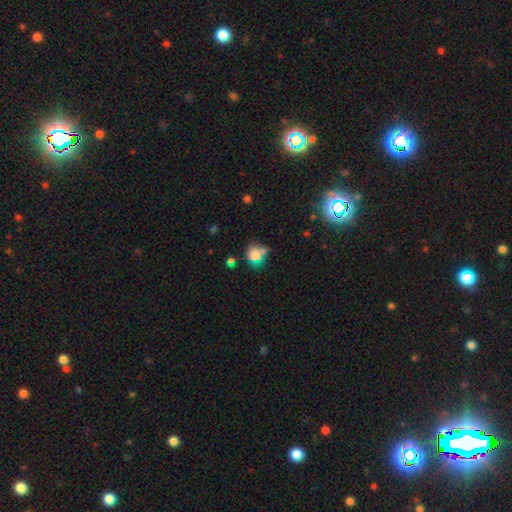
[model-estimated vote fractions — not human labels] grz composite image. It shows a smooth galaxy with no disk features (74%) that is round (73%). Merging: none (55%).